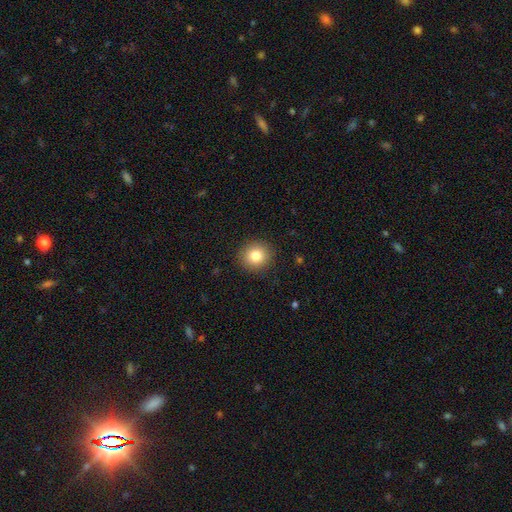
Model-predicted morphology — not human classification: type=smooth (83%); roundness=round (89%); merging=none (91%).